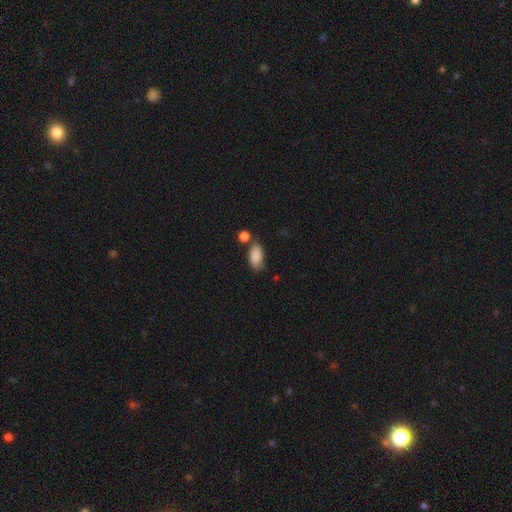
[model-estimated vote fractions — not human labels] Smooth or featured: smooth — 85% (star or artifact — 8%)
How rounded: in between — 92% (round — 6%)
Merging: none — 53% (minor disturbance — 24%)